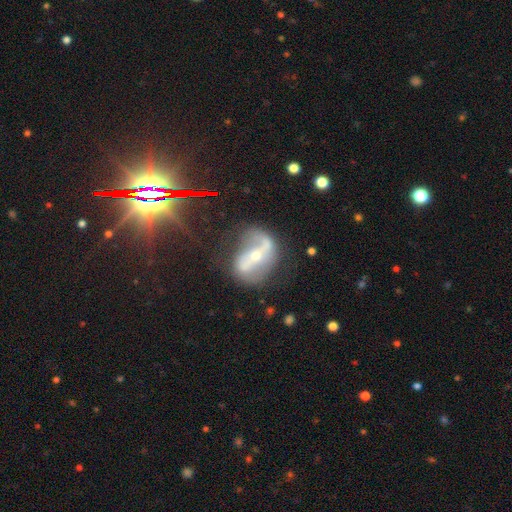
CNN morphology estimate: A featured or disk galaxy (80%) with a strong bar (55%), 2 (84%) loose (57%) spiral arms (79%) and a small central bulge (59%). Merging: none (62%).